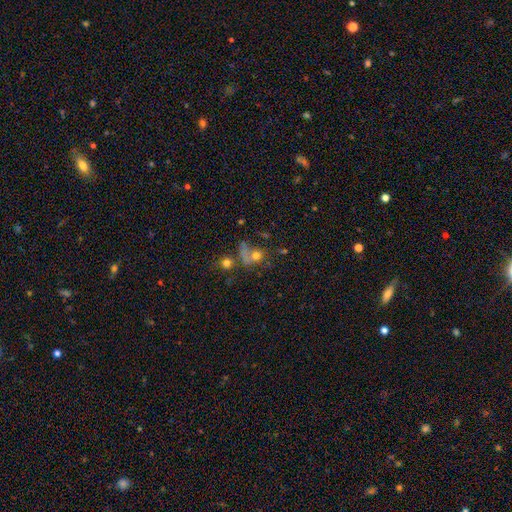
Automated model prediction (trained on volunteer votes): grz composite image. It shows a smooth galaxy with no disk features (59%) that is round (64%). Merging: none (33%).